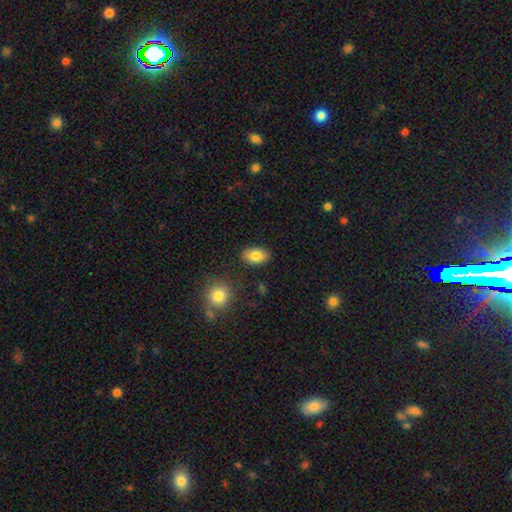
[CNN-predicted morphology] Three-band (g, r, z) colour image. It shows a smooth galaxy with no disk features (83%) that is in between round and cigar-shaped (90%). Merging: none (86%).